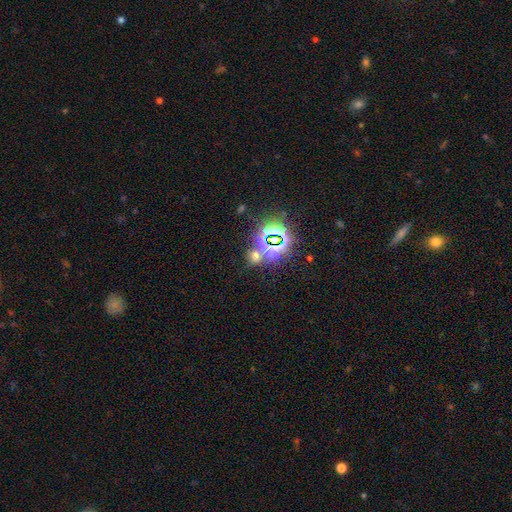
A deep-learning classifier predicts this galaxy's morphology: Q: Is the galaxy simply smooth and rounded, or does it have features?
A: star or artifact — 54%.